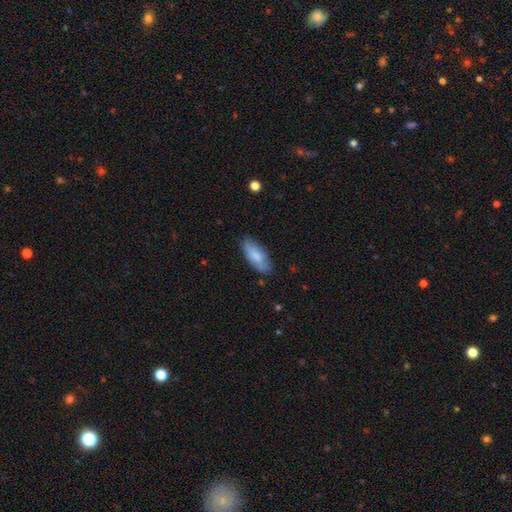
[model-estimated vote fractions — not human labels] This is likely a smooth galaxy (78%). How rounded: likely in between (80%). Merging: clearly none (80%).